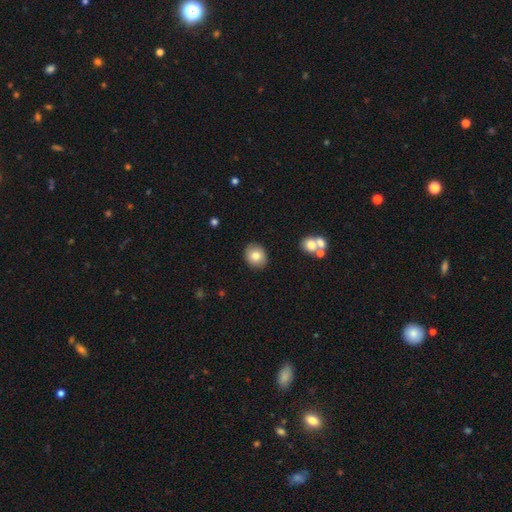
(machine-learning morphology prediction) Smooth or featured?
  - smooth: 79% *
  - featured or disk: 12%
  - star or artifact: 9%
How rounded?
  - round: 71% *
  - in between: 28%
  - cigar-shaped: 1%
Merging?
  - none: 88% *
  - minor disturbance: 7%
  - merger: 2%
  - major disturbance: 2%